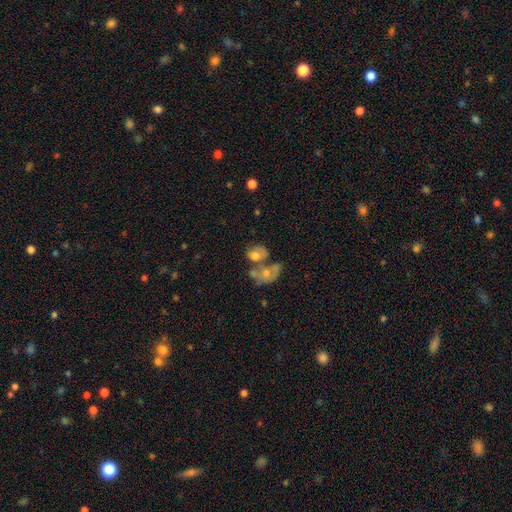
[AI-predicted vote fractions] smooth 55%, featured or disk 35%, star or artifact 10%. Down the decision tree: how rounded — in between (60%); merging — merger (57%).